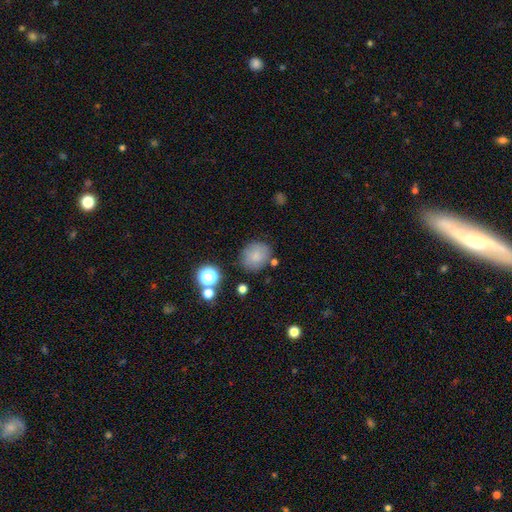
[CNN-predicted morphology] Smooth or featured?
  - smooth: 78% *
  - star or artifact: 11%
  - featured or disk: 11%
How rounded?
  - round: 70% *
  - in between: 29%
  - cigar-shaped: 1%
Merging?
  - none: 75% *
  - minor disturbance: 15%
  - merger: 5%
  - major disturbance: 5%